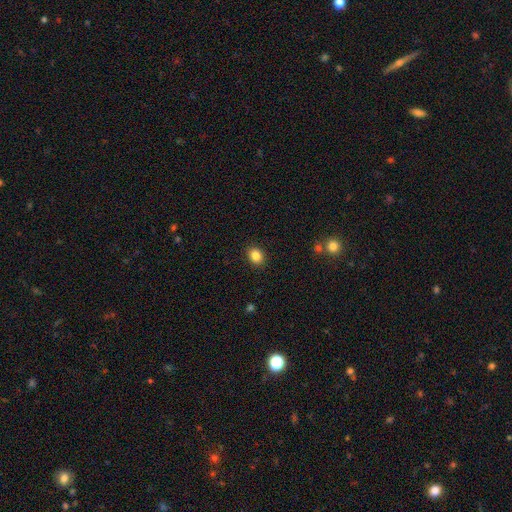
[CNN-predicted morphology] The model was most divided on "how rounded": round: 51%, in between: 48%, cigar-shaped: 1%. More confident: merging — none (90%); smooth or featured — smooth (85%).